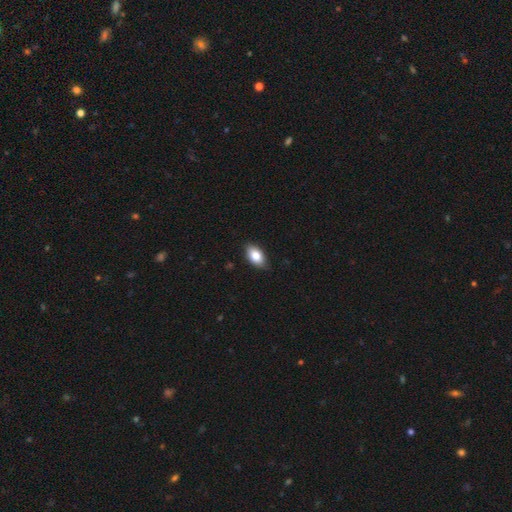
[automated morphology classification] type=smooth (84%); roundness=in between (91%); merging=none (84%).